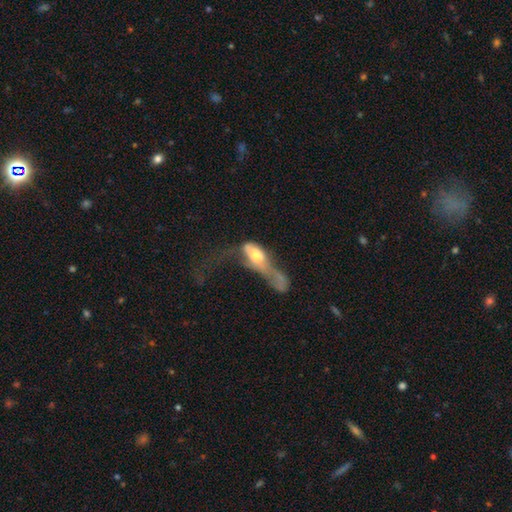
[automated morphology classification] This appears to be a smooth galaxy with no disk features (57%) that is in between round and cigar-shaped (75%). Merging: major disturbance (52%).